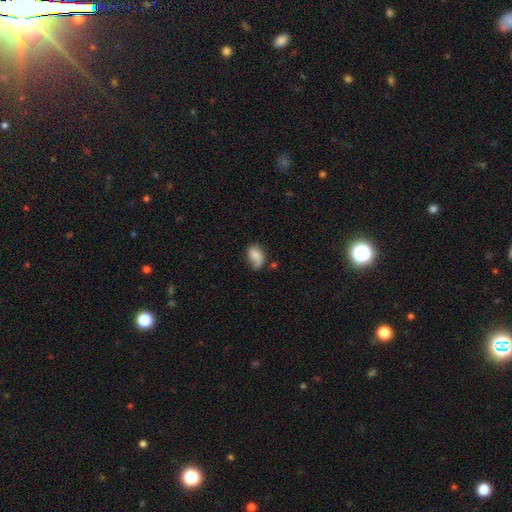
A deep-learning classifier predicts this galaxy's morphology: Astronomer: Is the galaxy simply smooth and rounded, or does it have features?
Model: smooth — 64%.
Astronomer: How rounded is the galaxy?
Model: in between — 84%.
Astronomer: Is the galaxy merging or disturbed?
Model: none — 45% (runner-up: minor disturbance, 35%).